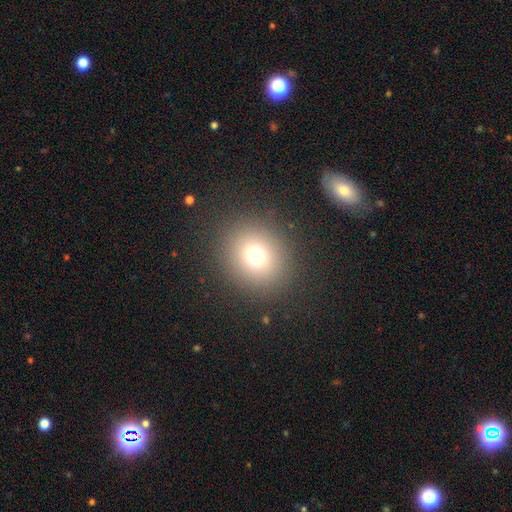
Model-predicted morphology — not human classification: type=smooth (72%); roundness=round (83%); merging=none (88%).